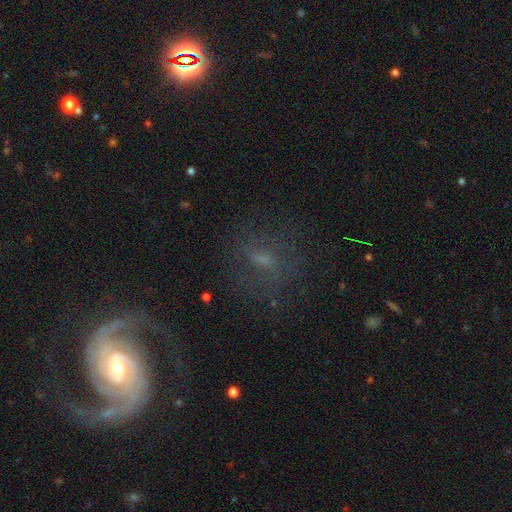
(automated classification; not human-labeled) Smooth or featured: featured or disk — 53% (smooth — 27%)
Edge-on disk: no — 93% (yes — 7%)
Merging: none — 63% (major disturbance — 20%)